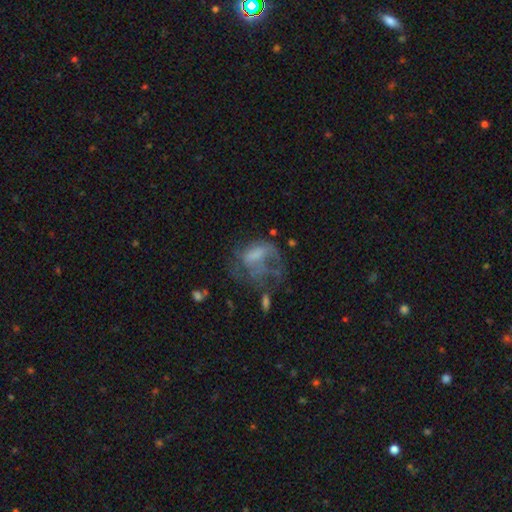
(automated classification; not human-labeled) This appears to be a featured or disk galaxy (49%). Merging: major disturbance (50%).